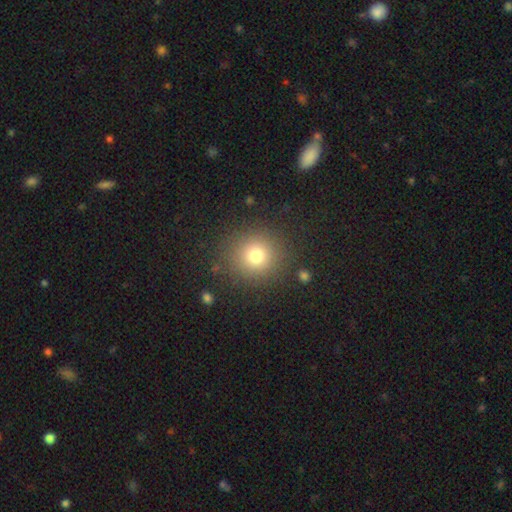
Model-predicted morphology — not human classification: smooth 76%, star or artifact 15%, featured or disk 9%. Down the decision tree: how rounded — round (91%); merging — none (87%).